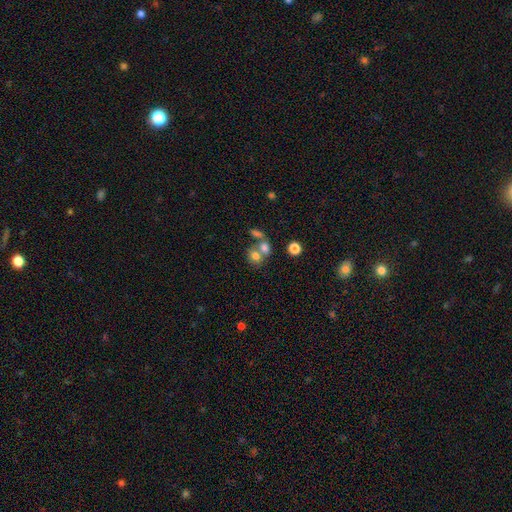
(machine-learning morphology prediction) Smooth or featured? smooth (72%)
How rounded? round (64%)
Merging? merger (50%)